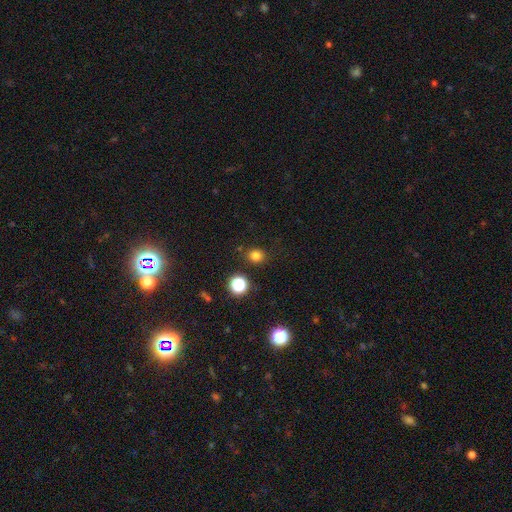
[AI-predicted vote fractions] Q: Smooth or featured?
A: smooth (79%); runner-up: star or artifact (17%)
Q: How rounded?
A: round (78%); runner-up: in between (21%)
Q: Merging?
A: none (86%); runner-up: minor disturbance (9%)